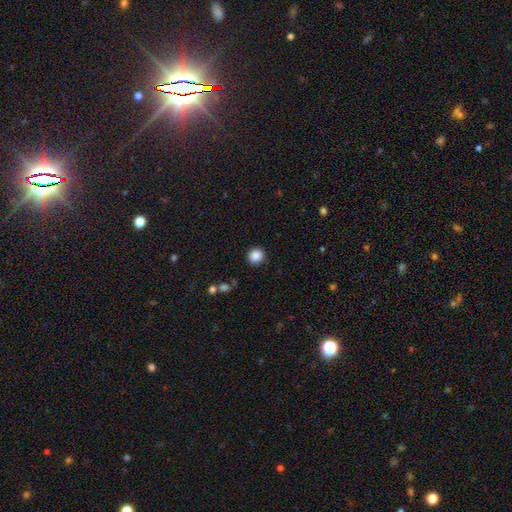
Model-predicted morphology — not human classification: smooth 87%, star or artifact 10%, featured or disk 3%. Down the decision tree: how rounded — round (92%); merging — none (91%).